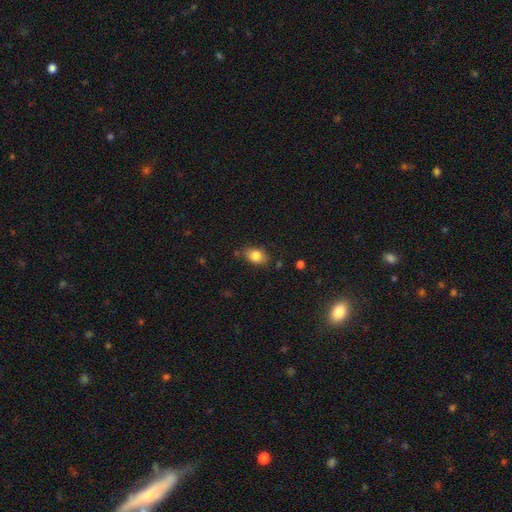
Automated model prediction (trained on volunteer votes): Smooth or featured? smooth (82%)
How rounded? in between (80%)
Merging? none (78%)